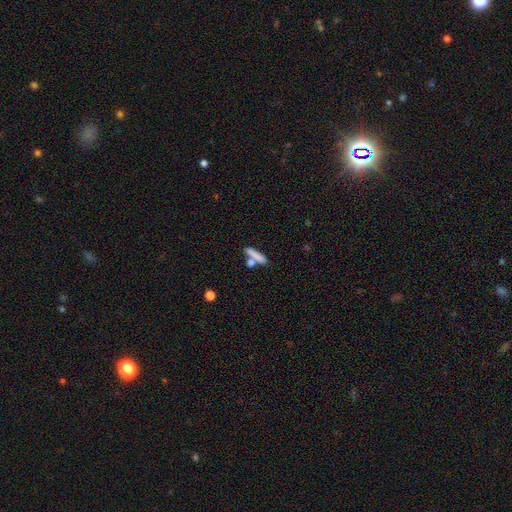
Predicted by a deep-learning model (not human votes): Smooth or featured? smooth (76%)
How rounded? cigar-shaped (76%)
Merging? none (55%)